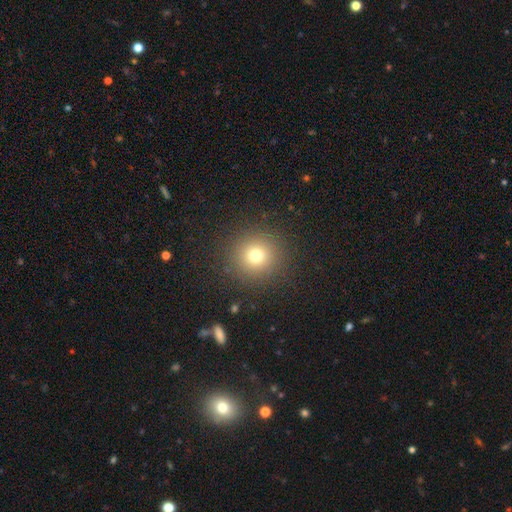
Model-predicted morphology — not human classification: Overall: smooth (73%). How rounded: round (94%). Merging: none (89%).